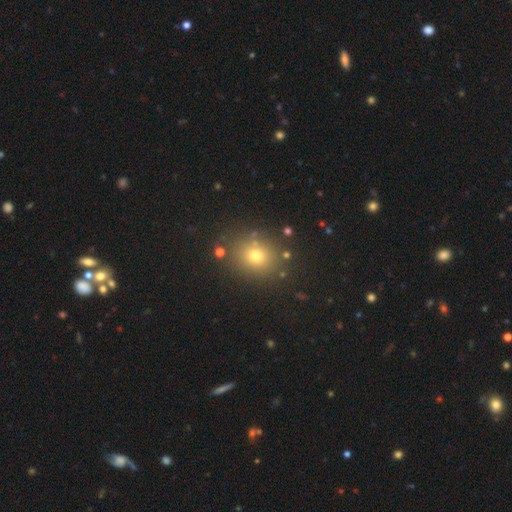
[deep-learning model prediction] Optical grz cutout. It shows a smooth galaxy with no disk features (72%) that is round (73%). Merging: none (84%).